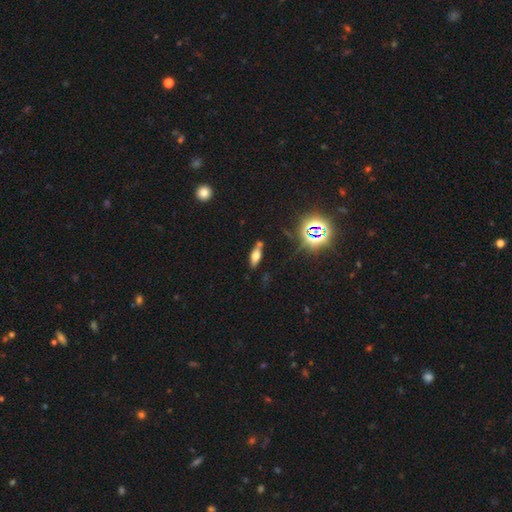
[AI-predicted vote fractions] This is possibly a smooth galaxy (49%). Merging: likely none (69%).